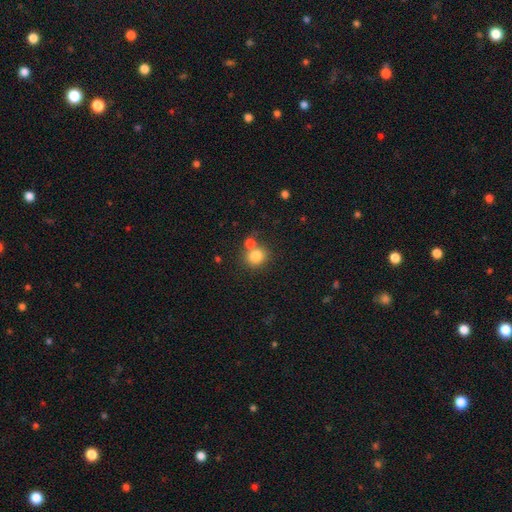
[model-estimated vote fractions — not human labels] smooth_or_featured: smooth (p=0.81) [alt: star or artifact p=0.11]
how_rounded: round (p=0.81) [alt: in between p=0.18]
merging: none (p=0.61) [alt: merger p=0.27]